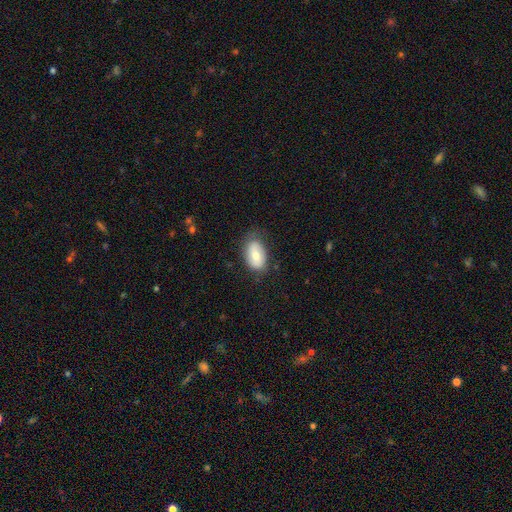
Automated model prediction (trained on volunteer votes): This is likely a smooth galaxy (66%). How rounded: clearly in between (91%). Merging: likely none (70%).